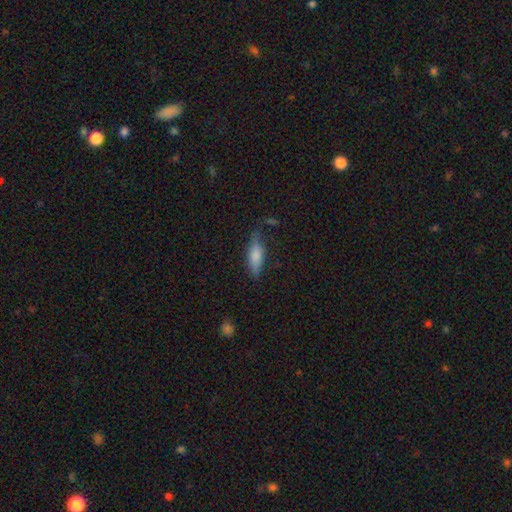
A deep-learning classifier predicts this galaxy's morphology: type=smooth (74%); roundness=in between (50%); merging=none (71%).